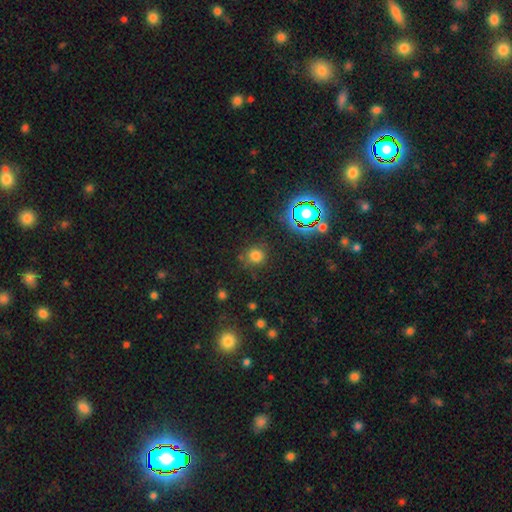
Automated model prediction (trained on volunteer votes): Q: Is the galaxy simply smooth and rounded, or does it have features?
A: smooth — 71%.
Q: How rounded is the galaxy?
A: round — 90%.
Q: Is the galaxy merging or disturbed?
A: none — 81%.